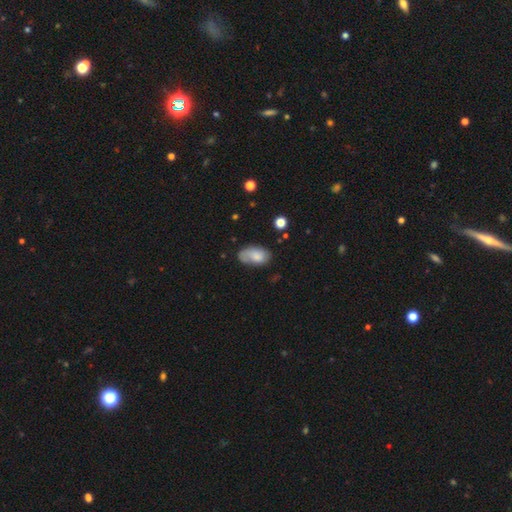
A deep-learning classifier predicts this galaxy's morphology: type=smooth (75%); roundness=in between (93%); merging=none (57%).